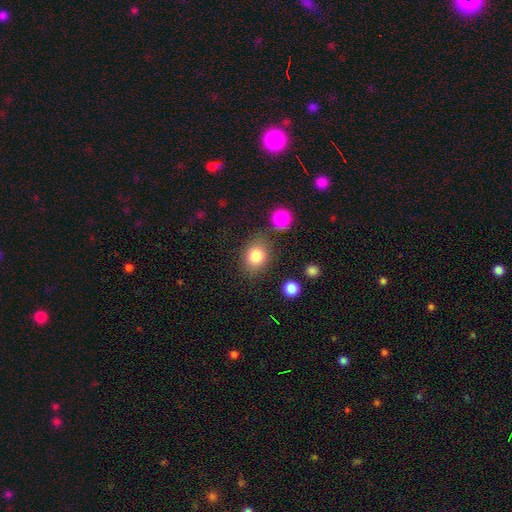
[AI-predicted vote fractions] smooth-or-featured: smooth: 82% | star or artifact: 10% | featured or disk: 8%
  how-rounded: round: 57% | in between: 41% | cigar-shaped: 1%
  merging: none: 75% | minor disturbance: 13% | merger: 8% | major disturbance: 4%